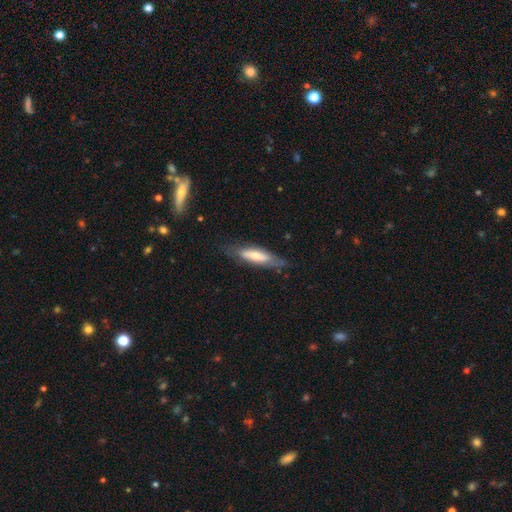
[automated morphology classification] Smooth or featured: smooth — 54% (featured or disk — 40%)
How rounded: cigar-shaped — 61% (in between — 37%)
Merging: none — 72% (minor disturbance — 20%)